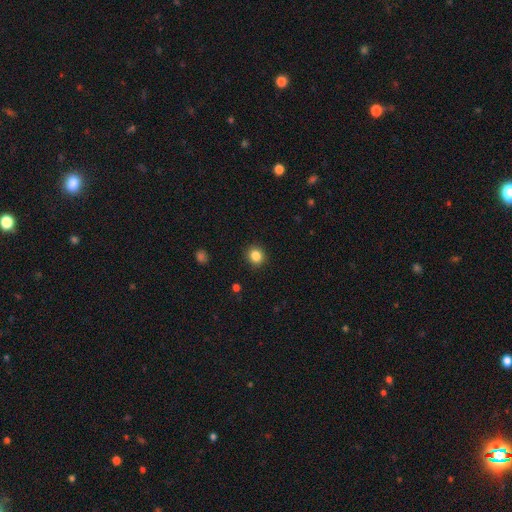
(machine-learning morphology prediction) smooth_or_featured: smooth (p=0.85) [alt: star or artifact p=0.11]
how_rounded: round (p=0.79) [alt: in between p=0.20]
merging: none (p=0.90) [alt: minor disturbance p=0.07]